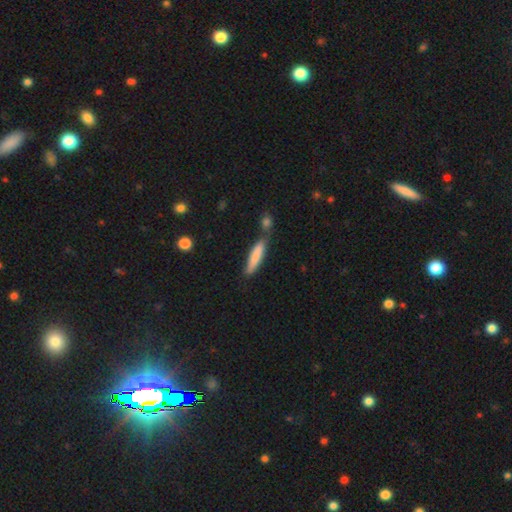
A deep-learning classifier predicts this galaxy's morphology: Overall: smooth (81%). How rounded: cigar-shaped (82%). Merging: none (57%; merger 23%).